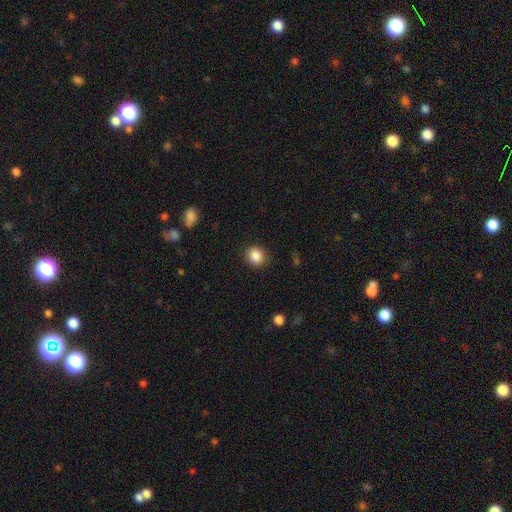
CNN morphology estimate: smooth-or-featured: smooth: 87% | star or artifact: 10% | featured or disk: 4%
  how-rounded: round: 85% | in between: 14% | cigar-shaped: 1%
  merging: none: 89% | minor disturbance: 8% | major disturbance: 3% | merger: 1%